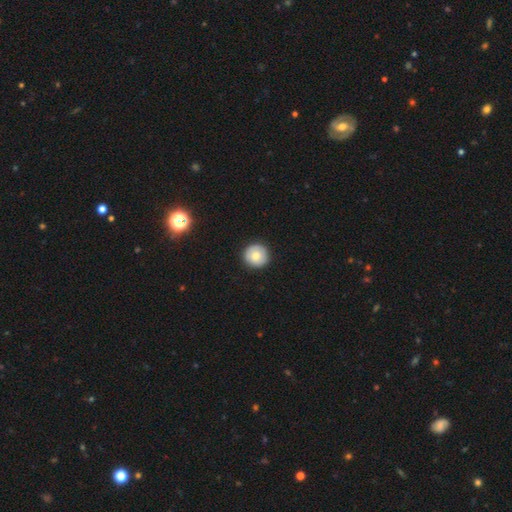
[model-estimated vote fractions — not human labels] smooth 76%, featured or disk 16%, star or artifact 8%. Down the decision tree: how rounded — round (96%); merging — none (91%).